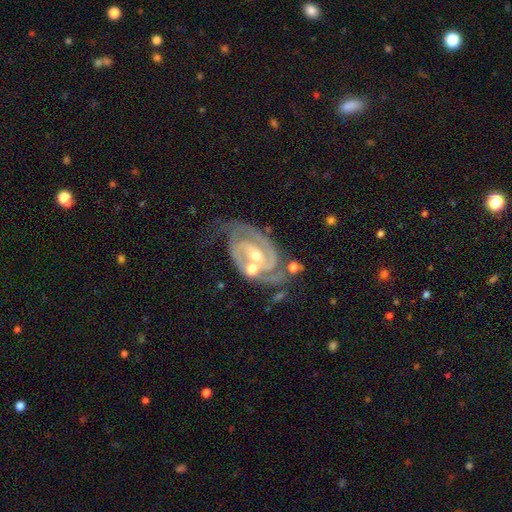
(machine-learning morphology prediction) A featured or disk galaxy (92%) with a weak bar (42%), 2 (77%) tight (62%) spiral arms (98%) and a moderate central bulge (58%). Merging: none (54%).